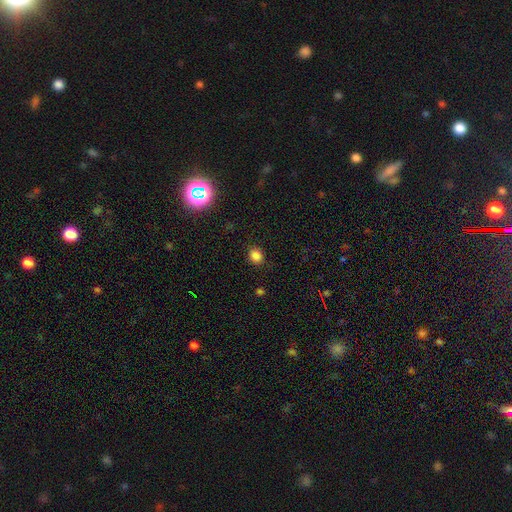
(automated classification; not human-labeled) Smooth or featured: smooth — 82% (star or artifact — 14%)
How rounded: round — 66% (in between — 33%)
Merging: none — 86% (minor disturbance — 10%)